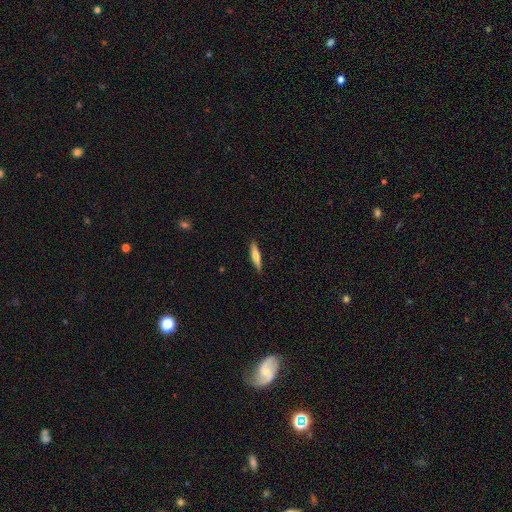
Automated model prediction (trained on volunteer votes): smooth_or_featured: smooth (p=0.71) [alt: featured or disk p=0.23]
how_rounded: cigar-shaped (p=0.83) [alt: in between p=0.16]
merging: none (p=0.89) [alt: minor disturbance p=0.08]